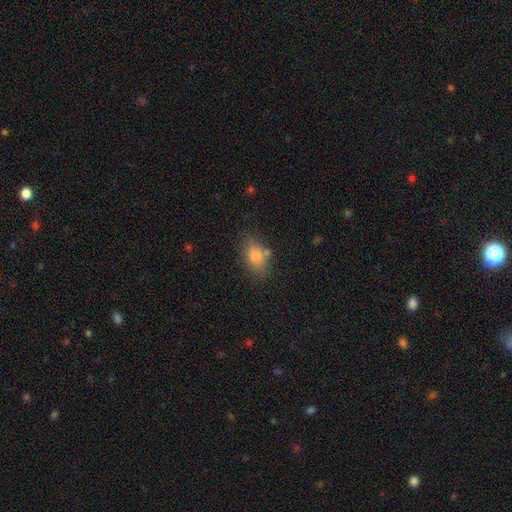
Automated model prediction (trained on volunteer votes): smooth-or-featured: smooth: 77% | featured or disk: 12% | star or artifact: 10%
  how-rounded: in between: 80% | round: 16% | cigar-shaped: 4%
  merging: none: 72% | minor disturbance: 17% | merger: 6% | major disturbance: 5%